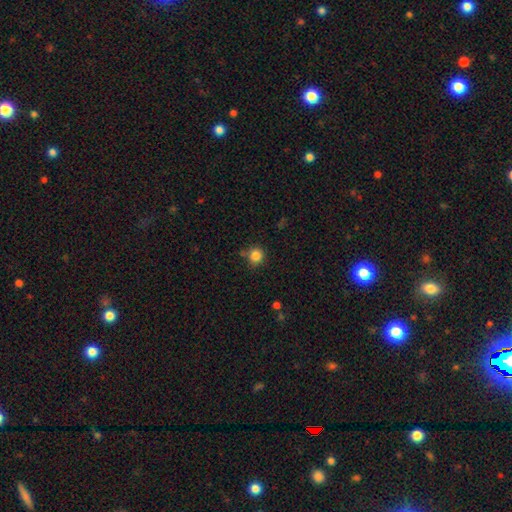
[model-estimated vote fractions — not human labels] smooth_or_featured: smooth (p=0.84) [alt: star or artifact p=0.11]
how_rounded: round (p=0.91) [alt: in between p=0.08]
merging: none (p=0.79) [alt: minor disturbance p=0.12]